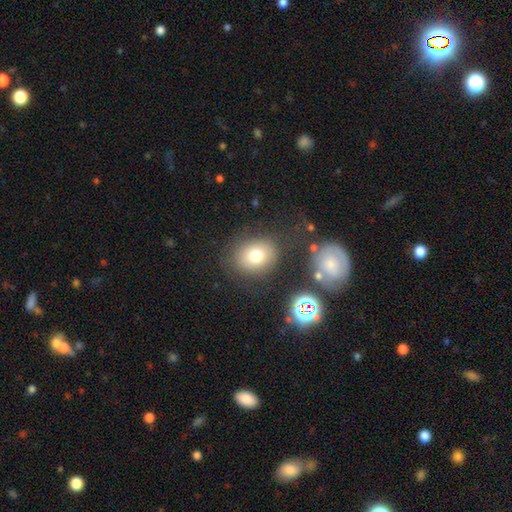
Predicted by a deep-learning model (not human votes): Smooth or featured? Predicted: smooth (p=0.75). How rounded? Predicted: round (p=0.60). Merging? Predicted: none (p=0.79).